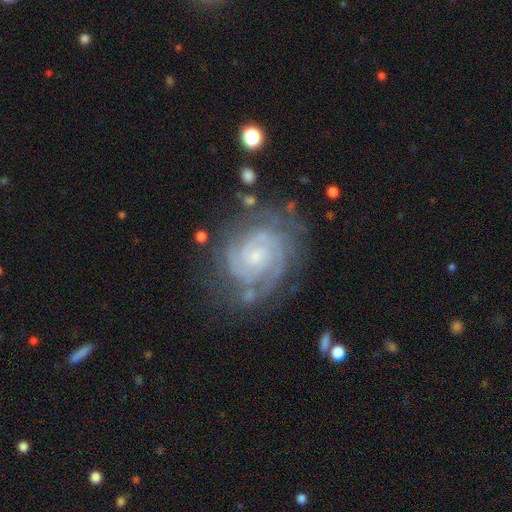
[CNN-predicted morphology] smooth_or_featured: featured or disk (p=0.90) [alt: star or artifact p=0.05]
disk_edge_on: no (p=0.98) [alt: yes p=0.02]
bar: no (p=0.60) [alt: weak p=0.32]
has_spiral_arms: yes (p=0.98) [alt: no p=0.02]
spiral_winding: tight (p=0.77) [alt: medium p=0.21]
spiral_arm_count: 2 (p=0.57) [alt: 3 p=0.17]
bulge_size: small (p=0.73) [alt: moderate p=0.17]
merging: none (p=0.71) [alt: minor disturbance p=0.19]